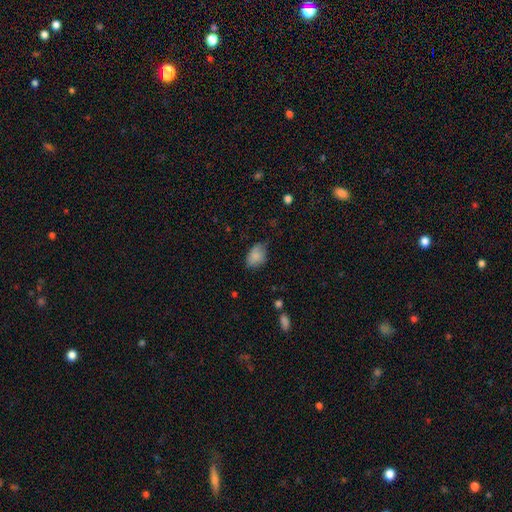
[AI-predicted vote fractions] Smooth or featured? Predicted: smooth (p=0.84). How rounded? Predicted: in between (p=0.80). Merging? Predicted: none (p=0.60).